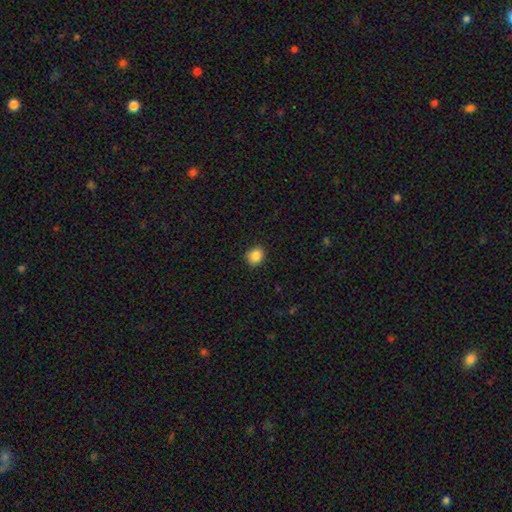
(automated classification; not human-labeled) This is clearly a smooth galaxy (86%). How rounded: likely round (72%). Merging: clearly none (88%).